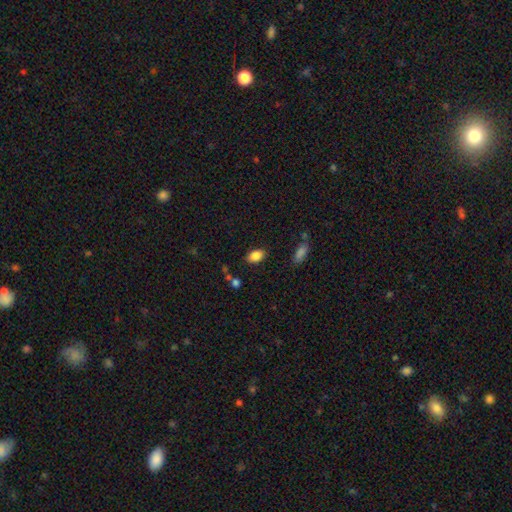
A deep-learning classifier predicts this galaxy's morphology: A smooth galaxy with no disk features (87%) that is in between round and cigar-shaped (88%).

Vote fractions:
- Smooth or featured? smooth: 87% / star or artifact: 9% / featured or disk: 5%
- How rounded? in between: 88% / round: 11% / cigar-shaped: 2%
- Merging? none: 84% / minor disturbance: 11% / major disturbance: 3% / merger: 2%